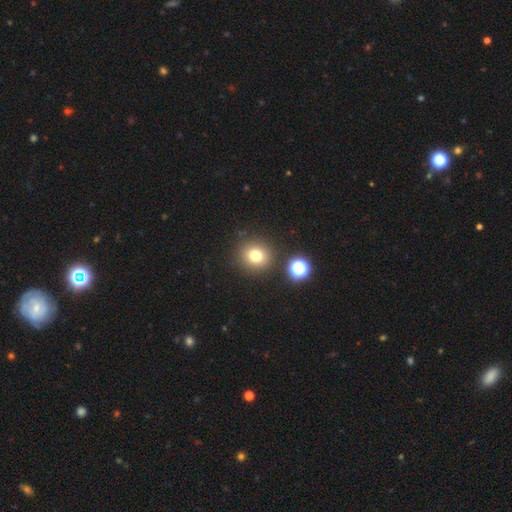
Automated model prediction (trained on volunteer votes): Smooth or featured? smooth (76%)
How rounded? round (89%)
Merging? none (85%)